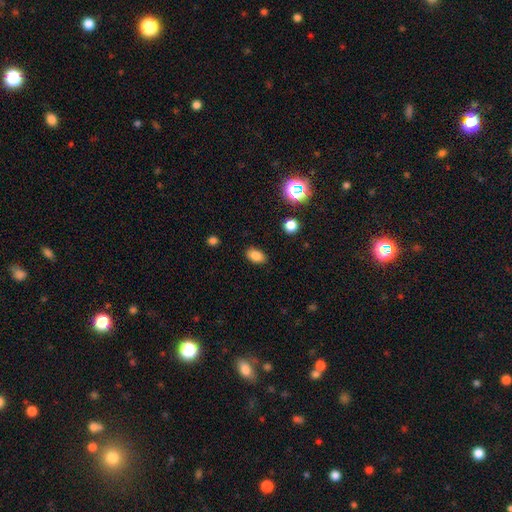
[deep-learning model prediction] This appears to be a smooth galaxy with no disk features (84%) that is in between round and cigar-shaped (89%). Merging: none (87%).